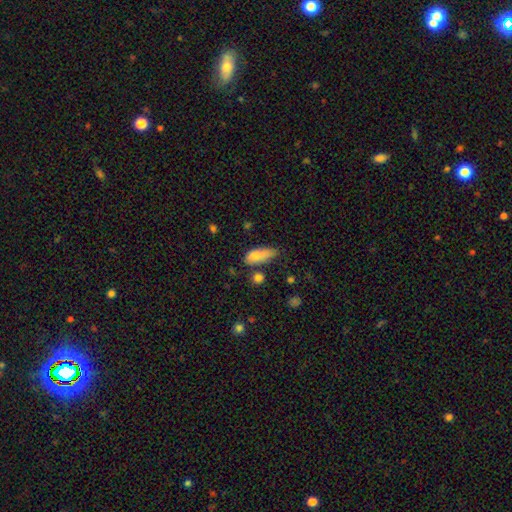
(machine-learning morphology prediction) Overall: smooth (77%). How rounded: in between (75%). Merging: minor disturbance (35%, tied with none).